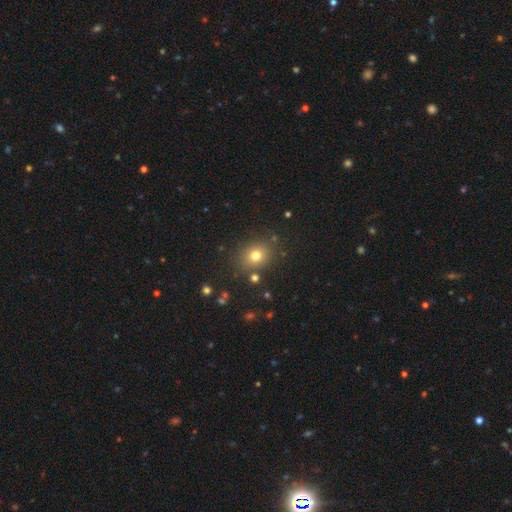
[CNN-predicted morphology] Smooth or featured: smooth — 74% (star or artifact — 17%)
How rounded: round — 63% (in between — 36%)
Merging: none — 83% (minor disturbance — 10%)